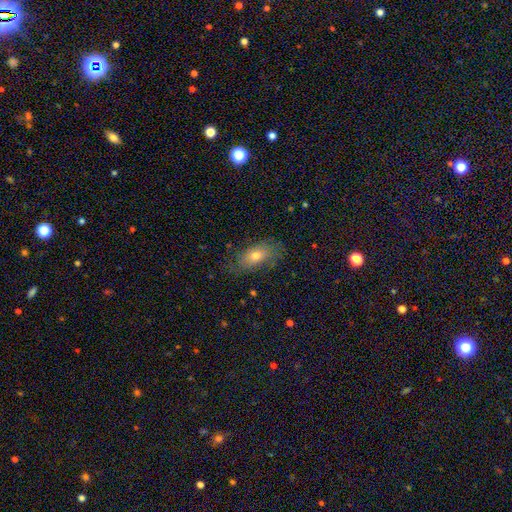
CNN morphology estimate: smooth-or-featured: smooth: 62% | featured or disk: 27% | star or artifact: 10%
  how-rounded: in between: 83% | cigar-shaped: 11% | round: 6%
  merging: none: 71% | minor disturbance: 20% | major disturbance: 7% | merger: 1%